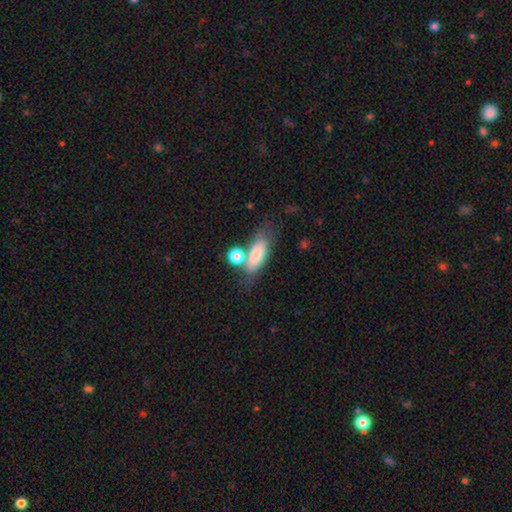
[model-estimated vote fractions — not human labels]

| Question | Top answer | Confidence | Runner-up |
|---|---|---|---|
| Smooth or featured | smooth | 77% | featured or disk (15%) |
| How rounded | in between | 73% | cigar-shaped (21%) |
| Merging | none | 48% | merger (27%) |